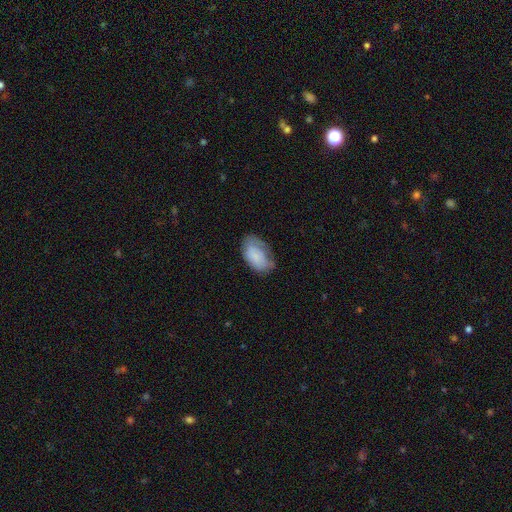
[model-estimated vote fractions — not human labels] Smooth or featured? smooth (74%)
How rounded? in between (93%)
Merging? none (54%)